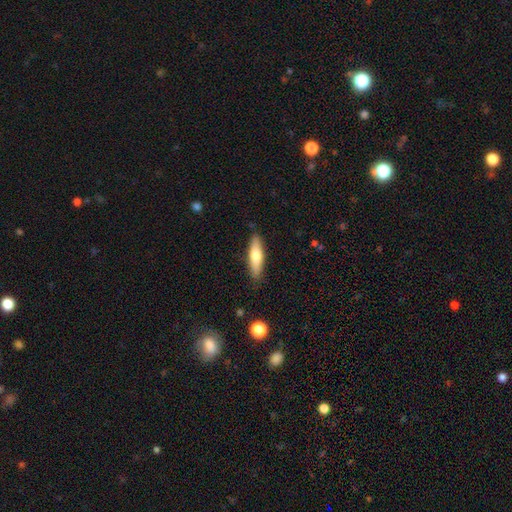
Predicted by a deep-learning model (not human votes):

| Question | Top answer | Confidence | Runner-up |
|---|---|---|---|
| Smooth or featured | smooth | 64% | featured or disk (31%) |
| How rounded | cigar-shaped | 67% | in between (31%) |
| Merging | none | 86% | minor disturbance (11%) |